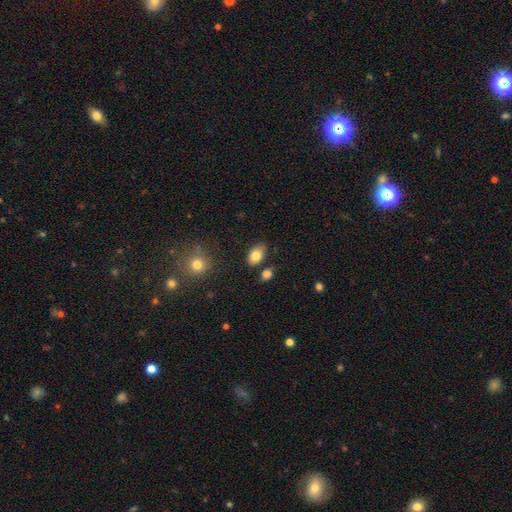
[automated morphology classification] Smooth or featured? Predicted: smooth (p=0.82). How rounded? Predicted: in between (p=0.88). Merging? Predicted: none (p=0.78).